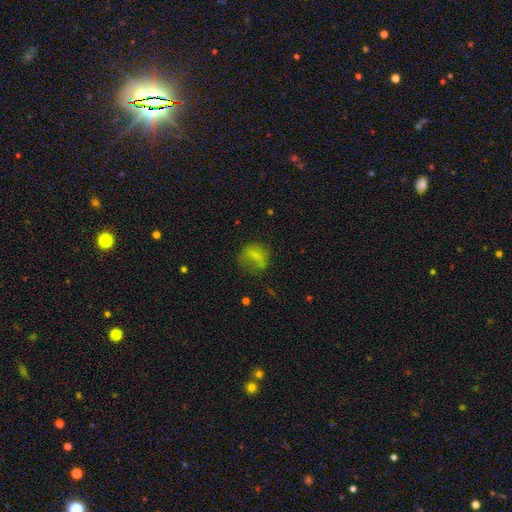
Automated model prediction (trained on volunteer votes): Smooth or featured: smooth — 67% (featured or disk — 19%)
How rounded: in between — 52% (round — 45%)
Merging: none — 42% (major disturbance — 29%)